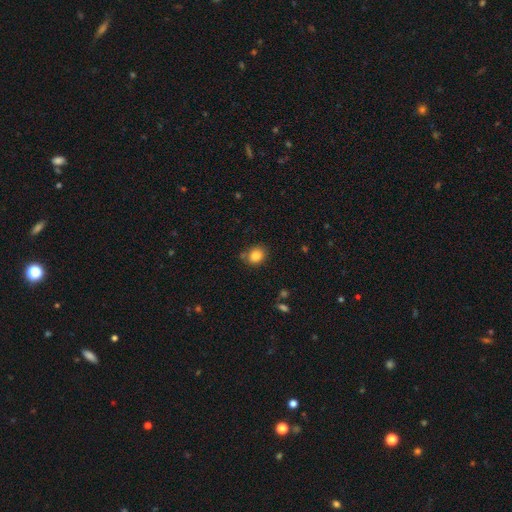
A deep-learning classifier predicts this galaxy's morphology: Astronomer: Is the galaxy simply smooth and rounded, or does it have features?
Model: smooth — 85%.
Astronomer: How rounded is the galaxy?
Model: round — 61% (runner-up: in between, 39%).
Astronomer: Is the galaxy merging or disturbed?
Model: none — 73%.